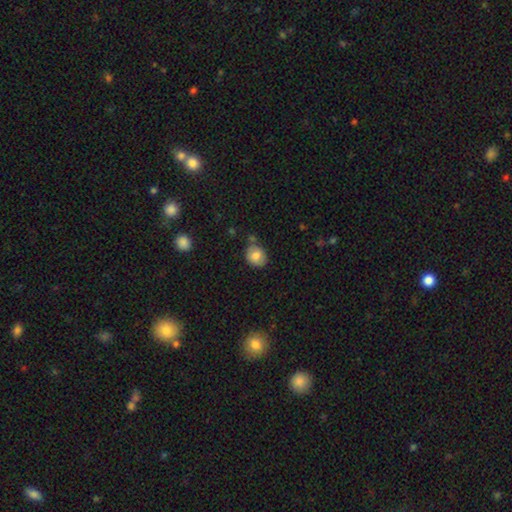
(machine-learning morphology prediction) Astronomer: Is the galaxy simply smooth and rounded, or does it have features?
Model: smooth — 78%.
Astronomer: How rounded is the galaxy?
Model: round — 60% (runner-up: in between, 39%).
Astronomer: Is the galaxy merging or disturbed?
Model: none — 70%.